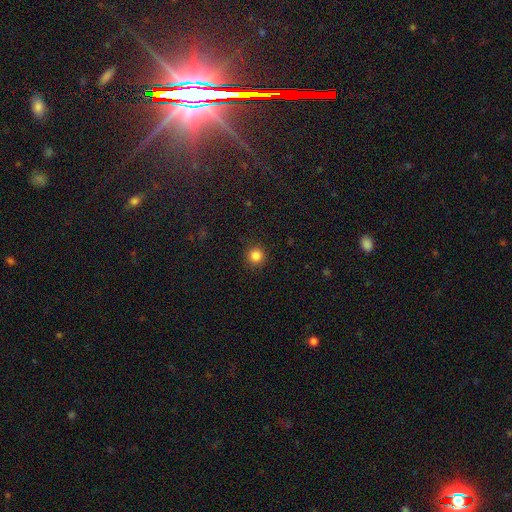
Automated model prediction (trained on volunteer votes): Smooth or featured?
  - smooth: 85% *
  - star or artifact: 11%
  - featured or disk: 3%
How rounded?
  - round: 95% *
  - in between: 4%
  - cigar-shaped: 1%
Merging?
  - none: 90% *
  - minor disturbance: 6%
  - major disturbance: 2%
  - merger: 1%